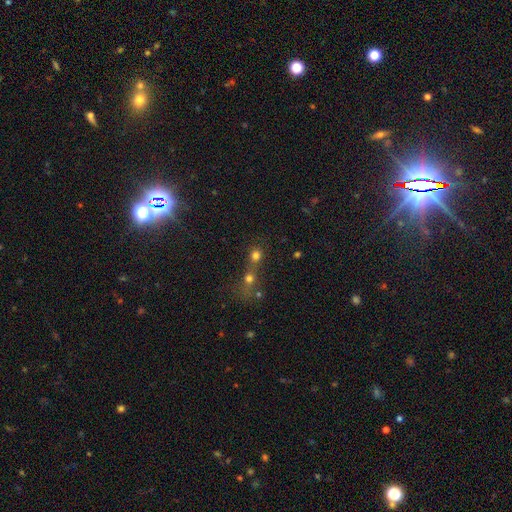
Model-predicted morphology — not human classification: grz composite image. It shows a smooth galaxy with no disk features (70%) that is round (85%). Merging: merger (51%).